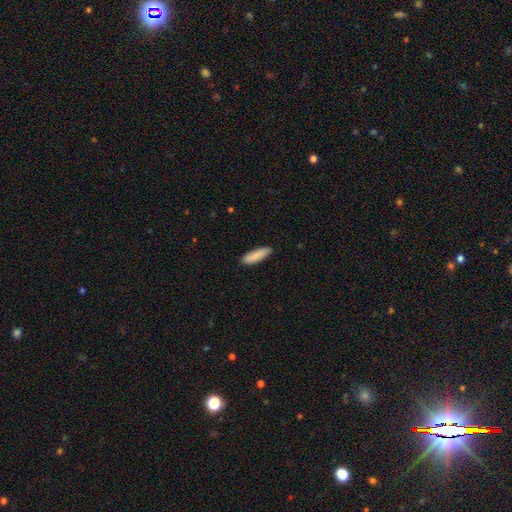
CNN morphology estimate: Smooth or featured: smooth — 89% (featured or disk — 6%)
How rounded: cigar-shaped — 56% (in between — 43%)
Merging: none — 89% (minor disturbance — 9%)